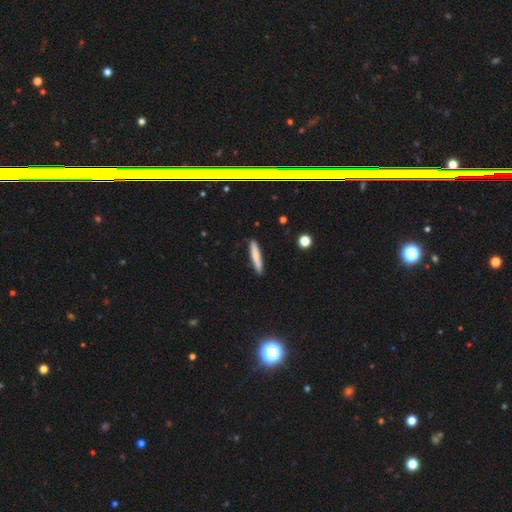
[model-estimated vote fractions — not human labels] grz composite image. It shows a smooth galaxy with no disk features (72%) that is cigar-shaped (92%). Merging: none (88%).